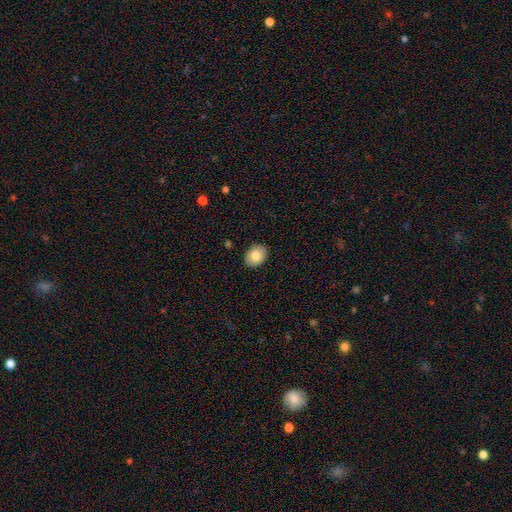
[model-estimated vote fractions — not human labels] Smooth or featured? smooth (83%)
How rounded? in between (65%)
Merging? none (89%)